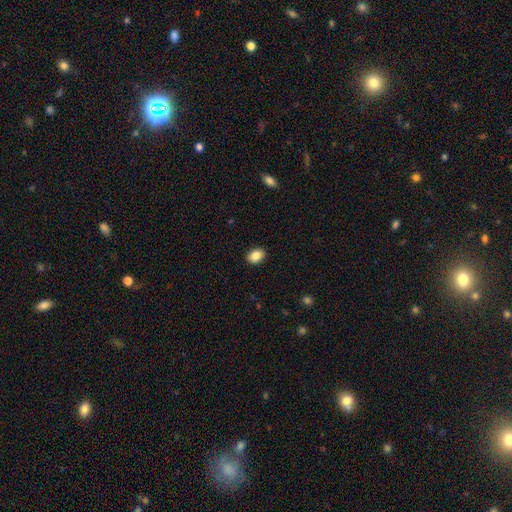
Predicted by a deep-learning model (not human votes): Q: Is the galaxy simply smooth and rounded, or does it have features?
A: smooth — 86%.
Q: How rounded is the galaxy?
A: in between — 73%.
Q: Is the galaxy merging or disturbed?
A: none — 90%.